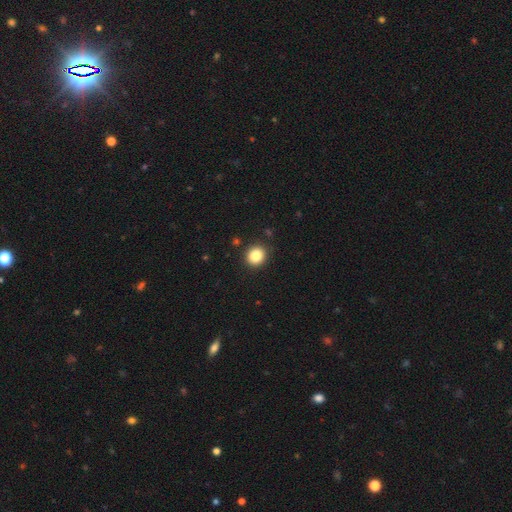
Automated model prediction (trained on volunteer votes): Overall: smooth (85%). How rounded: round (86%). Merging: none (90%).